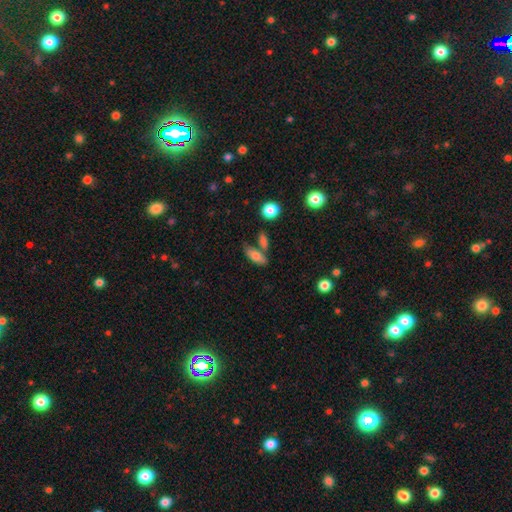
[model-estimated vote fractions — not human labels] Smooth or featured? Predicted: smooth (p=0.75). How rounded? Predicted: in between (p=0.70). Merging? Predicted: none (p=0.59).